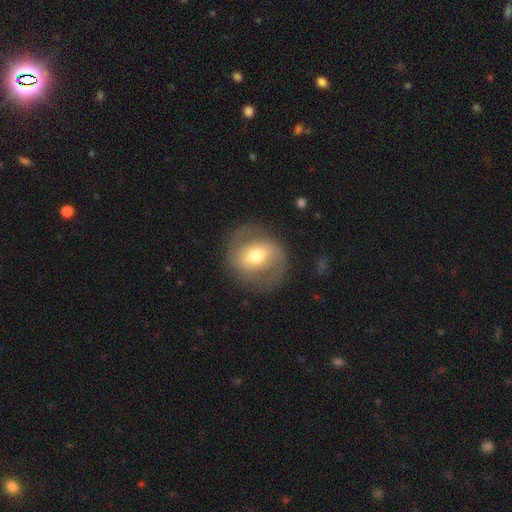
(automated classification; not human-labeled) This appears to be a featured or disk galaxy (65%) with a weak bar (42%), spiral arms (71%) and a moderate central bulge (71%). Merging: none (76%).